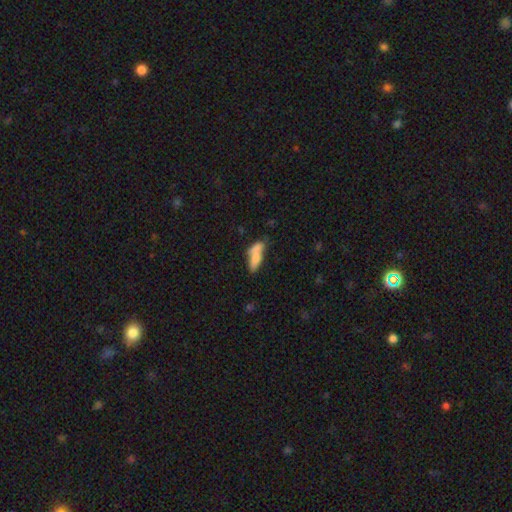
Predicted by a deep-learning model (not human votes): smooth_or_featured: smooth (p=0.69) [alt: featured or disk p=0.23]
how_rounded: in between (p=0.59) [alt: cigar-shaped p=0.39]
merging: none (p=0.37) [alt: merger p=0.30]